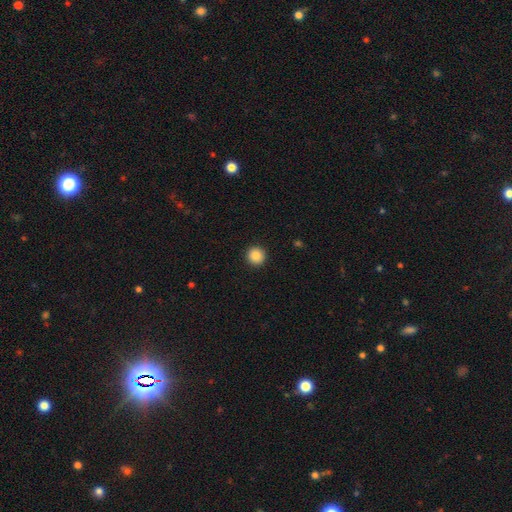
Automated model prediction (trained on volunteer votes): smooth_or_featured: smooth (p=0.87) [alt: star or artifact p=0.09]
how_rounded: round (p=0.95) [alt: in between p=0.04]
merging: none (p=0.94) [alt: minor disturbance p=0.04]